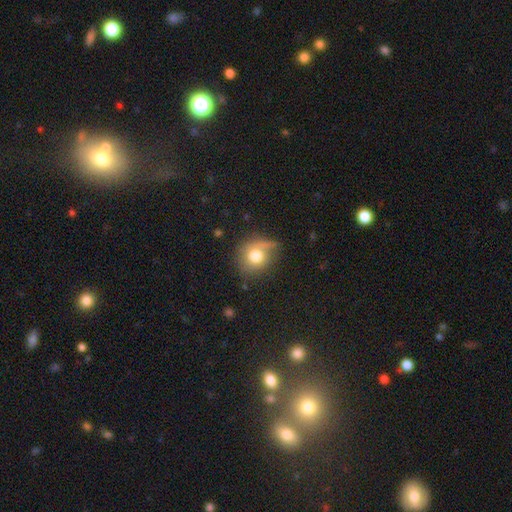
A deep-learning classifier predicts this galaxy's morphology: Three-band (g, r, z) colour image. It shows a smooth galaxy with no disk features (74%) that is round (79%). Merging: none (55%).